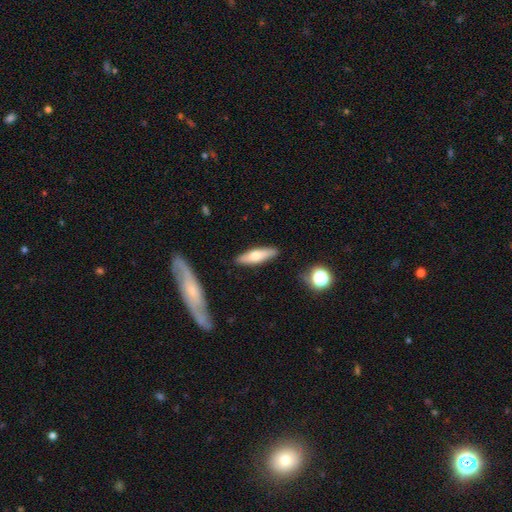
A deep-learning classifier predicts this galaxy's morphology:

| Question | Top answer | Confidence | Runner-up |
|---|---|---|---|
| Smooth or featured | smooth | 57% | featured or disk (37%) |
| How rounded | cigar-shaped | 62% | in between (36%) |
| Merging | none | 87% | minor disturbance (9%) |